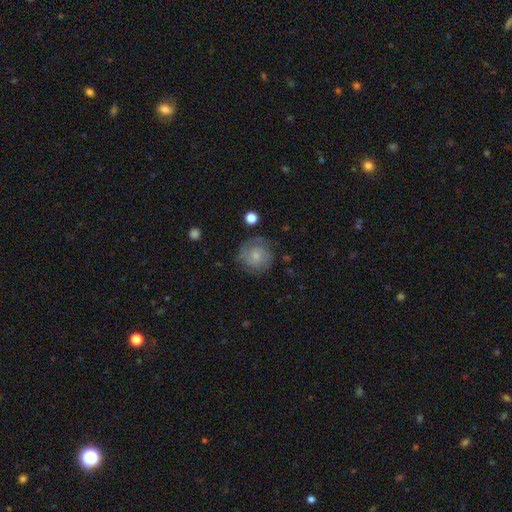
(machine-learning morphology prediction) Smooth or featured? smooth (61%)
How rounded? round (90%)
Merging? none (65%)